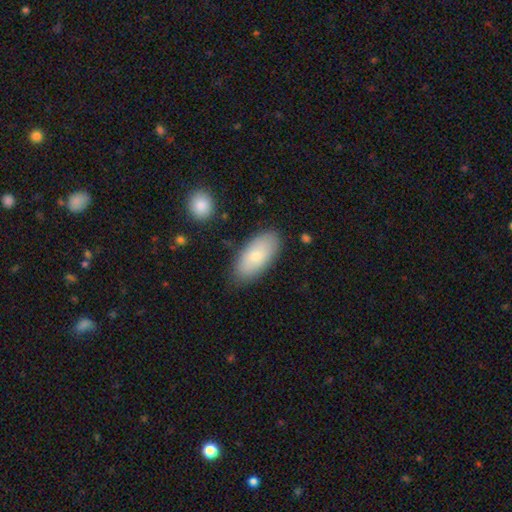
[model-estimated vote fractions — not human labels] Morphology: type=smooth (79%); roundness=in between (91%); merging=none (83%).